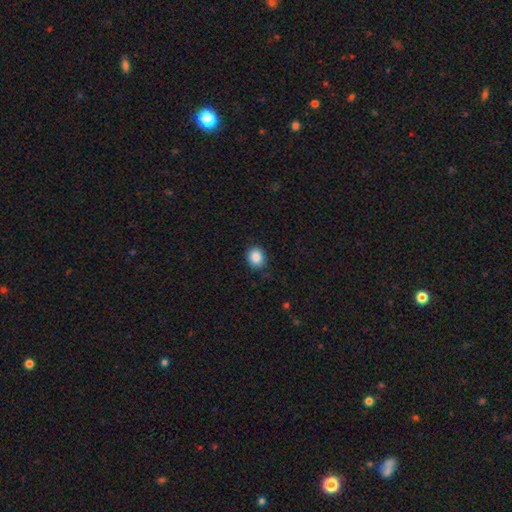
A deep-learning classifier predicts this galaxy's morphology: The model was most divided on "how rounded": round: 72%, in between: 27%, cigar-shaped: 1%. More confident: smooth or featured — smooth (87%); merging — none (85%).